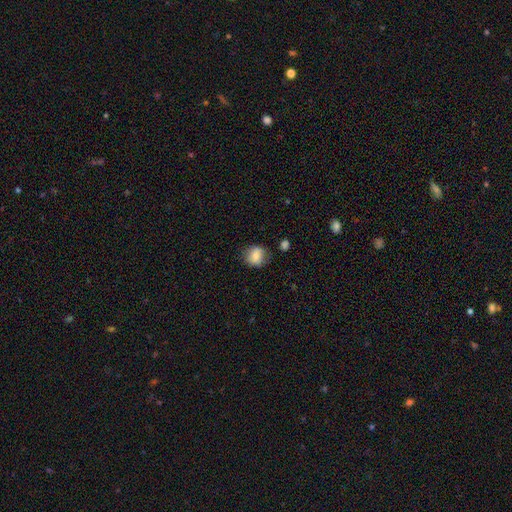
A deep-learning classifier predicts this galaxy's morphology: smooth-or-featured: smooth: 78% | featured or disk: 13% | star or artifact: 9%
  how-rounded: round: 73% | in between: 26% | cigar-shaped: 1%
  merging: none: 75% | minor disturbance: 18% | major disturbance: 5% | merger: 3%